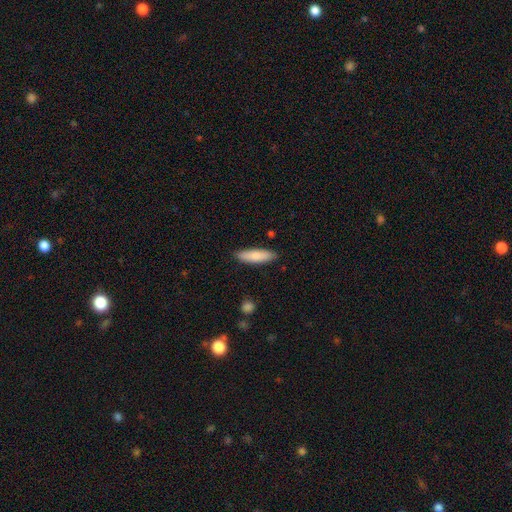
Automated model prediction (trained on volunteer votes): smooth 79%, featured or disk 15%, star or artifact 6%. Down the decision tree: how rounded — cigar-shaped (61%); merging — none (87%).